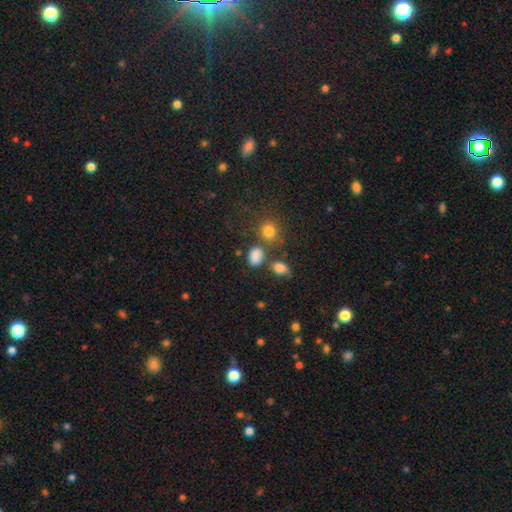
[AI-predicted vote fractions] Smooth or featured?
  - smooth: 83% *
  - star or artifact: 12%
  - featured or disk: 5%
How rounded?
  - in between: 69% *
  - round: 29%
  - cigar-shaped: 1%
Merging?
  - none: 63% *
  - merger: 17%
  - minor disturbance: 14%
  - major disturbance: 6%